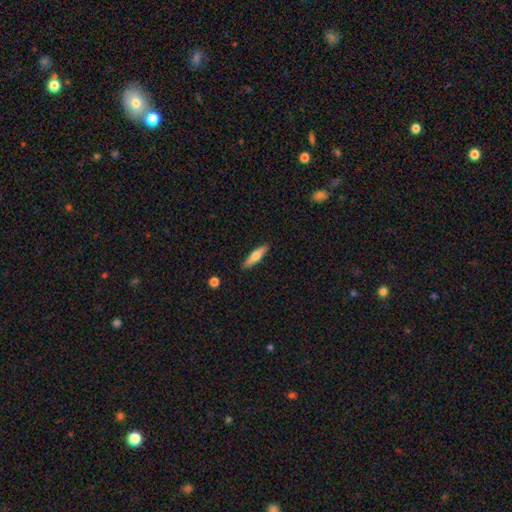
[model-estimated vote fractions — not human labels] smooth-or-featured: smooth: 60% | featured or disk: 34% | star or artifact: 6%
  how-rounded: cigar-shaped: 73% | in between: 25% | round: 2%
  merging: none: 89% | minor disturbance: 8% | major disturbance: 2% | merger: 1%